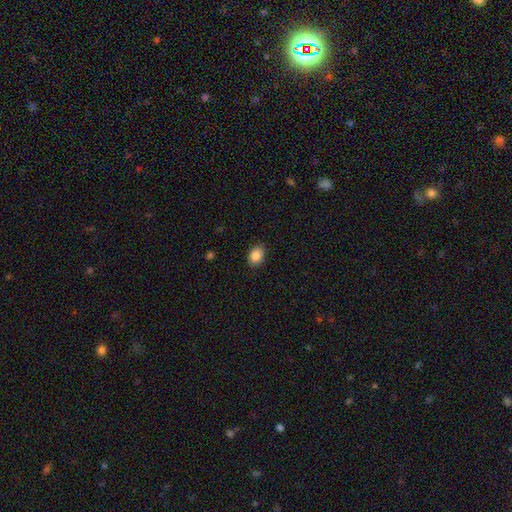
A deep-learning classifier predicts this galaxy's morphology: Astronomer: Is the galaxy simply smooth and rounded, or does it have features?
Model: smooth — 86%.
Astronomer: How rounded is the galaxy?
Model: in between — 73%.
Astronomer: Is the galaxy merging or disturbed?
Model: none — 87%.